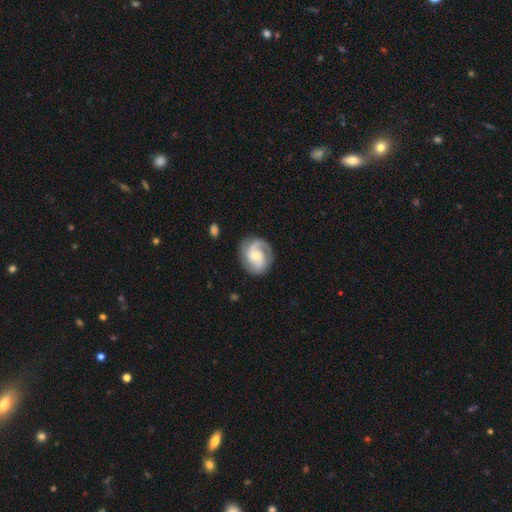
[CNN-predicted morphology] Smooth or featured: featured or disk — 82% (smooth — 13%)
Edge-on disk: no — 98% (yes — 2%)
Bar: no — 55% (weak — 36%)
Spiral arms: yes — 96% (no — 4%)
Spiral winding: medium — 47% (tight — 37%)
Spiral arm count: 2 — 67% (3 — 14%)
Bulge size: moderate — 48% (small — 45%)
Merging: none — 78% (minor disturbance — 15%)